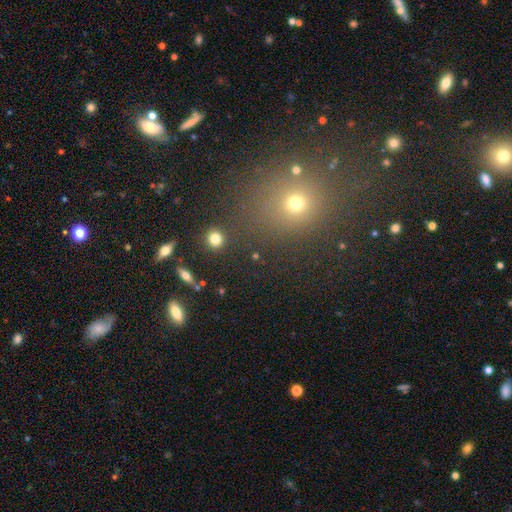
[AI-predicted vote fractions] This appears to be a smooth galaxy with no disk features (56%) that is round (77%). Merging: none (83%).